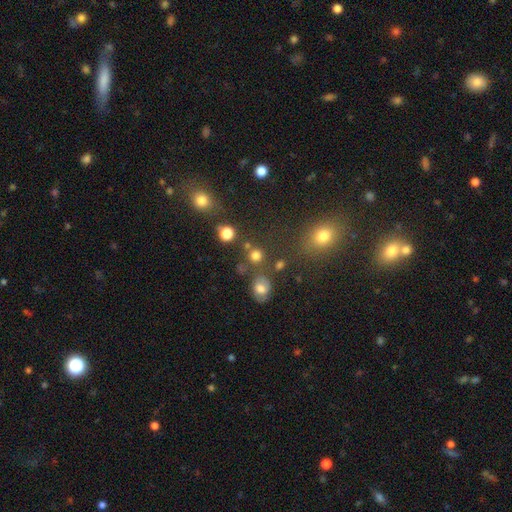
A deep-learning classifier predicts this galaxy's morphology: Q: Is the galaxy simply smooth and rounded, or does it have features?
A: smooth — 77%.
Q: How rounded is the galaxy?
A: round — 88%.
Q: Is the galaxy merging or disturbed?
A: none — 73%.